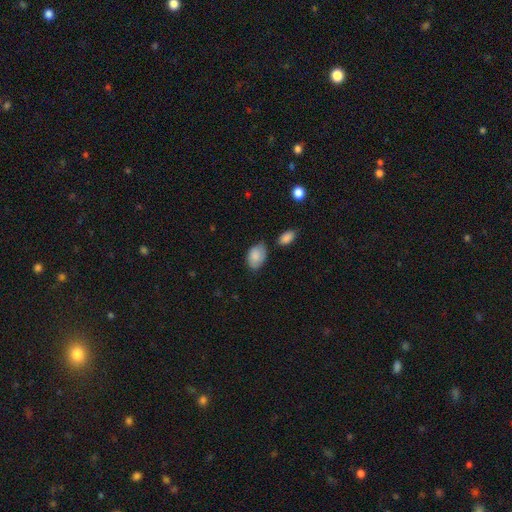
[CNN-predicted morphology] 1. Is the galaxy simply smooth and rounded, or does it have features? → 84% smooth, 9% featured or disk, 7% star or artifact.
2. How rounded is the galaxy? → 88% in between, 11% round, 1% cigar-shaped.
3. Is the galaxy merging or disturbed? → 60% none, 28% minor disturbance, 6% major disturbance, 6% merger.